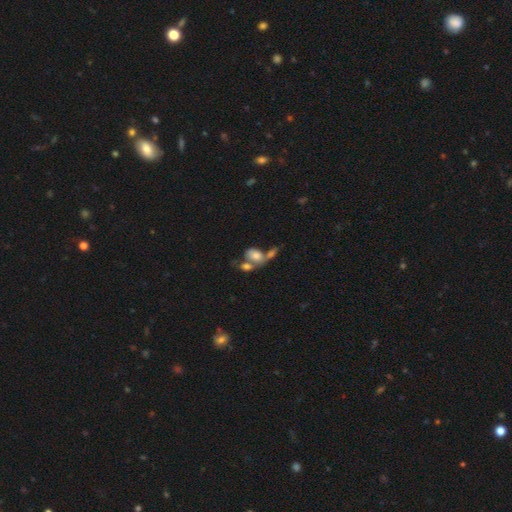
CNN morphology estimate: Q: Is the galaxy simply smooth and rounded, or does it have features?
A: smooth — 67%.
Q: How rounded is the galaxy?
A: in between — 78%.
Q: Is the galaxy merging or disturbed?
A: merger — 57%.